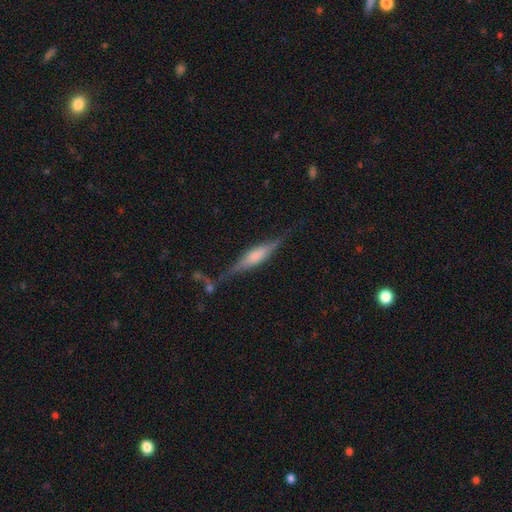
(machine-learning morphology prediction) Smooth or featured?
  - featured or disk: 62% *
  - smooth: 31%
  - star or artifact: 7%
Edge-on disk?
  - yes: 95% *
  - no: 5%
Edge-on bulge?
  - rounded: 50% *
  - boxy: 37%
  - none: 12%
Merging?
  - none: 72% *
  - minor disturbance: 18%
  - major disturbance: 6%
  - merger: 4%